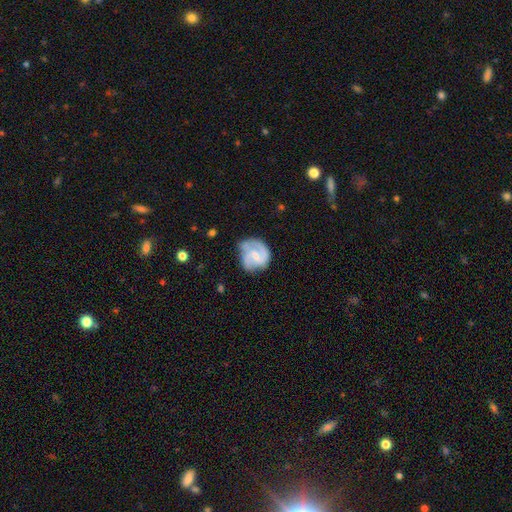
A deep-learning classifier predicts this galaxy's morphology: This is likely a featured or disk galaxy (77%). It is clearly not viewed edge-on (98%). Bar: possibly weak (51%). Spiral arm pattern: clearly yes (93%). Spiral arm count: likely 2 (70%). Spiral winding: possibly medium (48%). Central bulge: possibly small (53%). Merging: possibly none (56%).